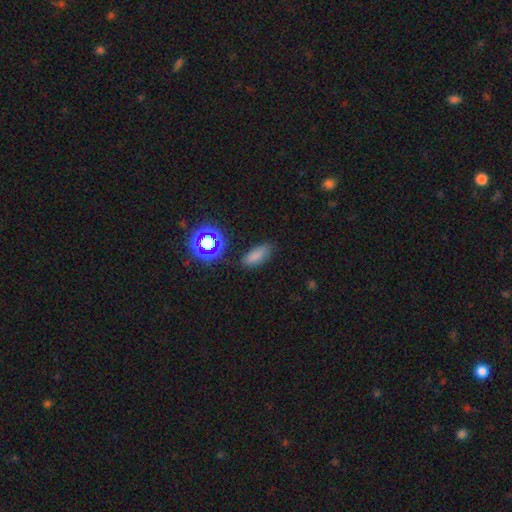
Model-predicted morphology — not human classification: type=smooth (74%); roundness=in between (77%); merging=none (80%).